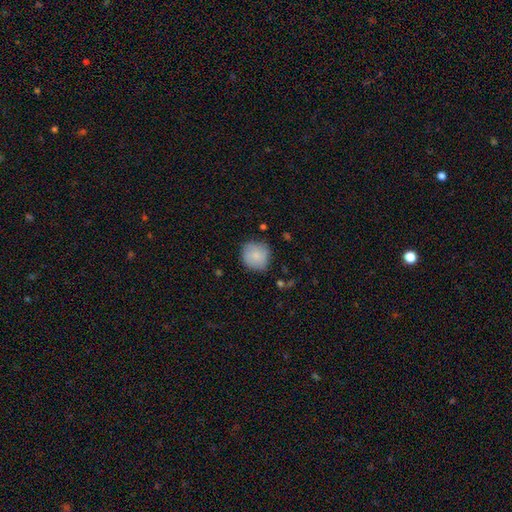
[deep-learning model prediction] This is clearly a smooth galaxy (80%). How rounded: clearly round (90%). Merging: likely none (75%).